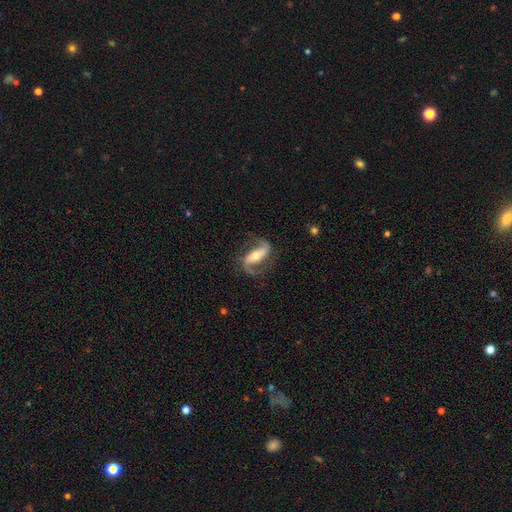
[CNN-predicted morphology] This is clearly a featured or disk galaxy (86%). It is clearly not viewed edge-on (92%). Bar: possibly strong (57%). Spiral arm pattern: clearly yes (95%). Spiral arm count: clearly 2 (91%). Spiral winding: marginally medium (44%). Central bulge: likely moderate (61%). Merging: likely none (75%).